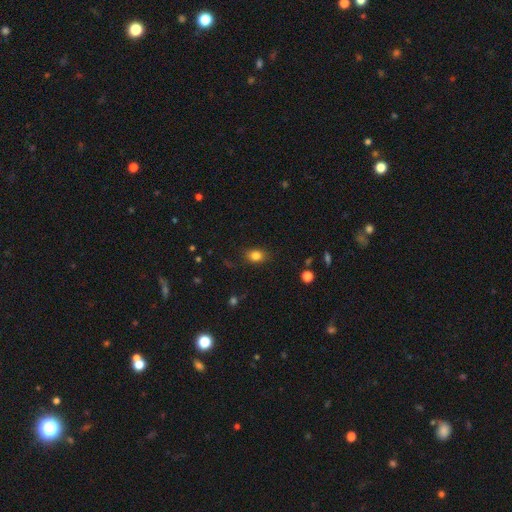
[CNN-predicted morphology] Smooth or featured? Predicted: smooth (p=0.82). How rounded? Predicted: in between (p=0.64). Merging? Predicted: none (p=0.83).